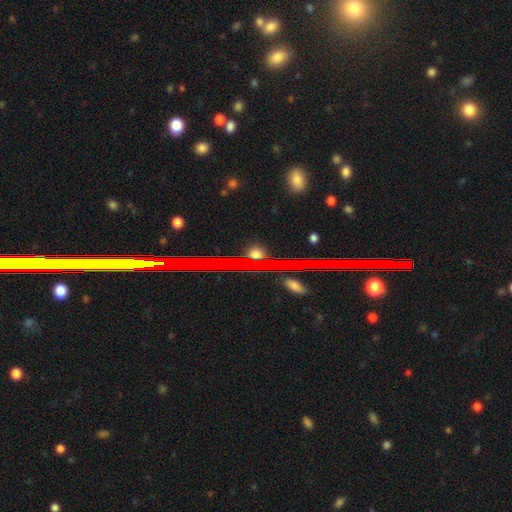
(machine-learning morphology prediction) Smooth or featured? star or artifact (61%)